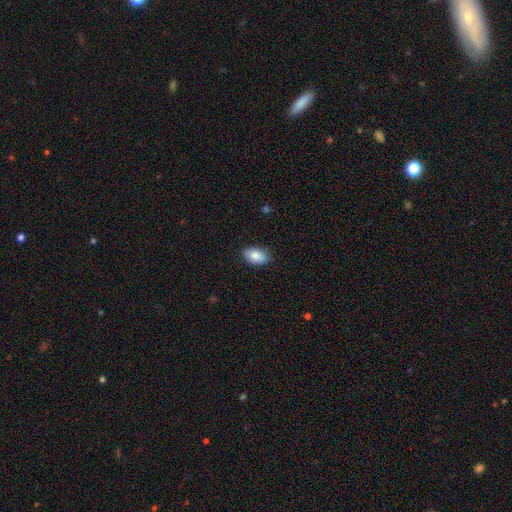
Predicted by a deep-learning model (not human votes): smooth_or_featured: smooth (p=0.86) [alt: featured or disk p=0.08]
how_rounded: in between (p=0.93) [alt: round p=0.06]
merging: none (p=0.87) [alt: minor disturbance p=0.10]